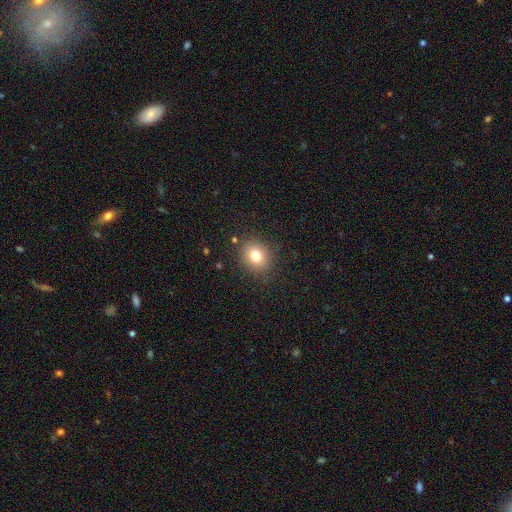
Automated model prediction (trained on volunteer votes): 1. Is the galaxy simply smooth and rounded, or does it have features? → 77% smooth, 12% star or artifact, 10% featured or disk.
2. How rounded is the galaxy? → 72% round, 28% in between, 1% cigar-shaped.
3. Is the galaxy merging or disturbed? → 86% none, 9% minor disturbance, 3% major disturbance, 2% merger.